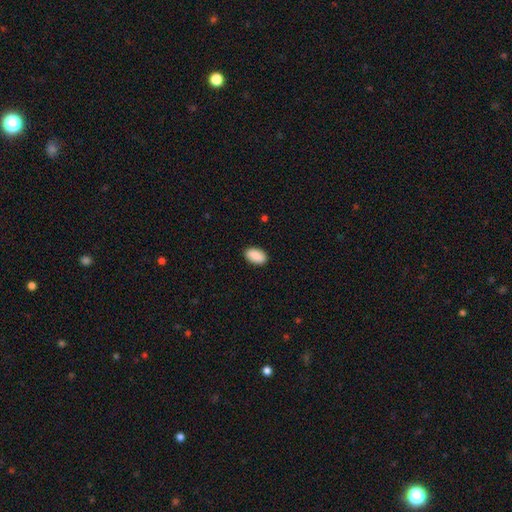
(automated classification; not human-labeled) smooth 91%, star or artifact 6%, featured or disk 3%. Down the decision tree: how rounded — in between (94%); merging — none (89%).